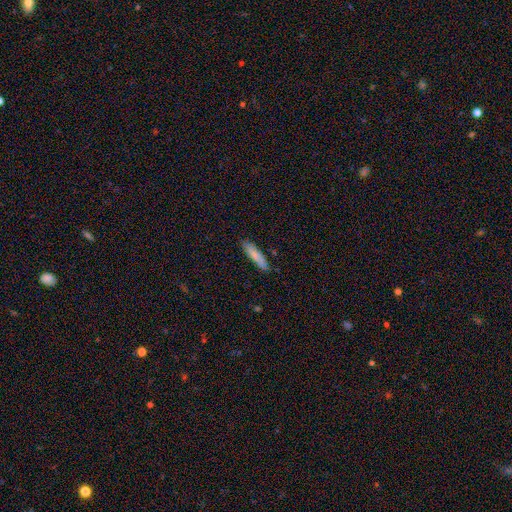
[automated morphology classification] A smooth galaxy with no disk features (80%) that is cigar-shaped (82%).

Vote fractions:
- Smooth or featured? smooth: 80% / featured or disk: 14% / star or artifact: 6%
- How rounded? cigar-shaped: 82% / in between: 17% / round: 1%
- Merging? none: 83% / minor disturbance: 14% / major disturbance: 2% / merger: 2%